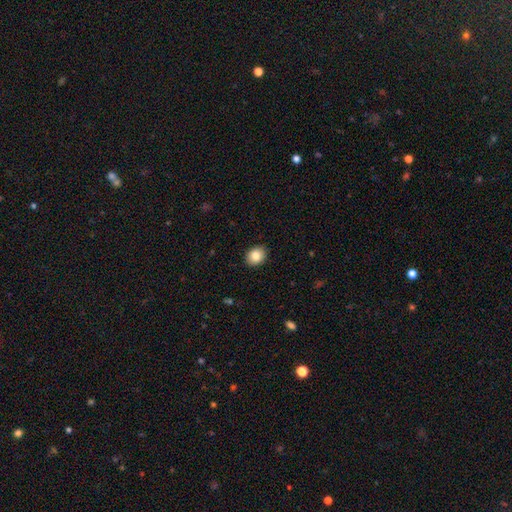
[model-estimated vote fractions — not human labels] Morphology: type=smooth (85%); roundness=round (50%); merging=none (90%).